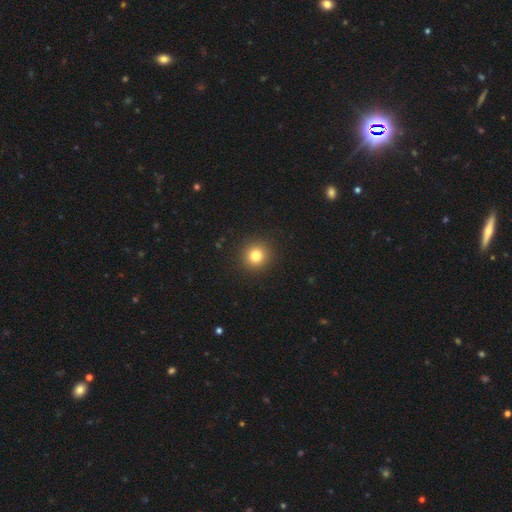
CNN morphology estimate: type=smooth (81%); roundness=round (94%); merging=none (92%).